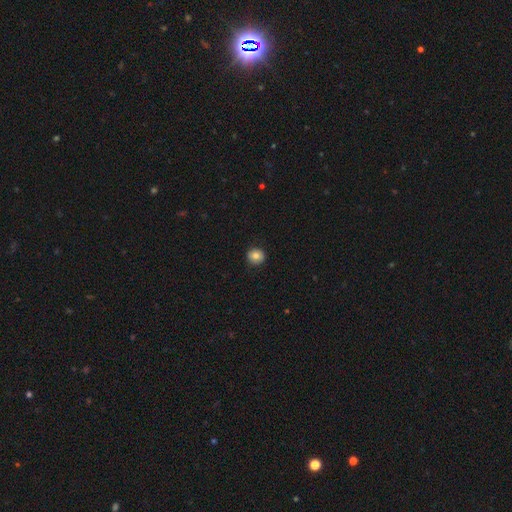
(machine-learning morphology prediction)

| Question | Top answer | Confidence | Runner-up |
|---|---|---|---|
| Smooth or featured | smooth | 81% | featured or disk (10%) |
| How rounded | round | 88% | in between (12%) |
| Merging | none | 89% | minor disturbance (8%) |